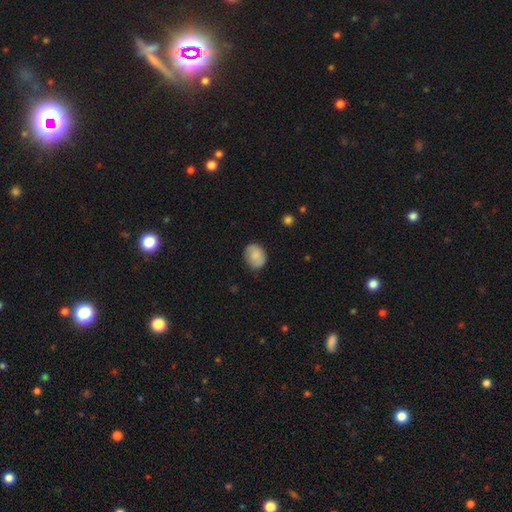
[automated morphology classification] smooth-or-featured: smooth: 81% | featured or disk: 12% | star or artifact: 7%
  how-rounded: round: 51% | in between: 48% | cigar-shaped: 1%
  merging: none: 80% | minor disturbance: 16% | major disturbance: 3% | merger: 1%